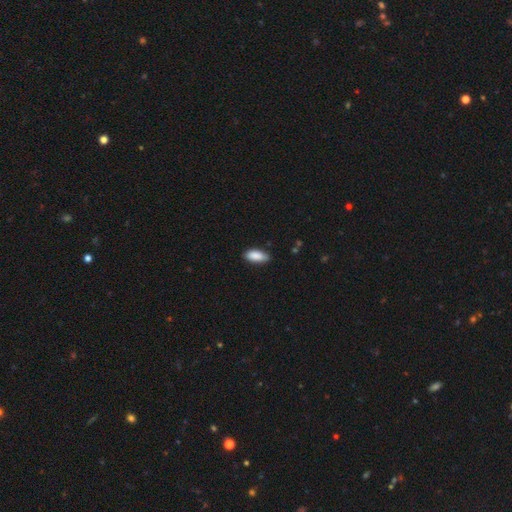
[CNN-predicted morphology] smooth 89%, star or artifact 6%, featured or disk 5%. Down the decision tree: how rounded — in between (88%); merging — none (81%).